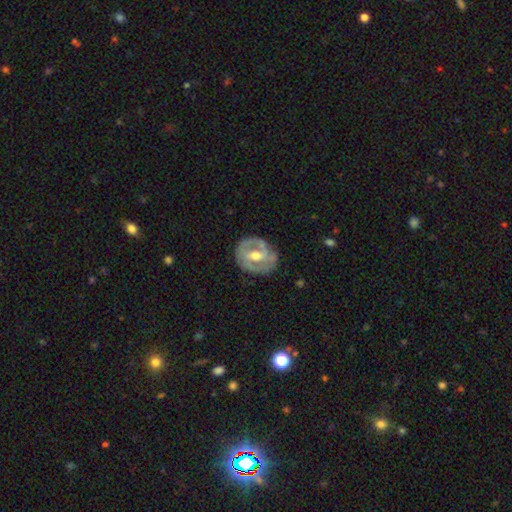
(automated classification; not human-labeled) smooth_or_featured: featured or disk (p=0.74) [alt: smooth p=0.21]
disk_edge_on: no (p=0.96) [alt: yes p=0.04]
bar: weak (p=0.43) [alt: strong p=0.32]
has_spiral_arms: yes (p=0.66) [alt: no p=0.34]
bulge_size: moderate (p=0.75) [alt: small p=0.17]
merging: none (p=0.73) [alt: minor disturbance p=0.18]